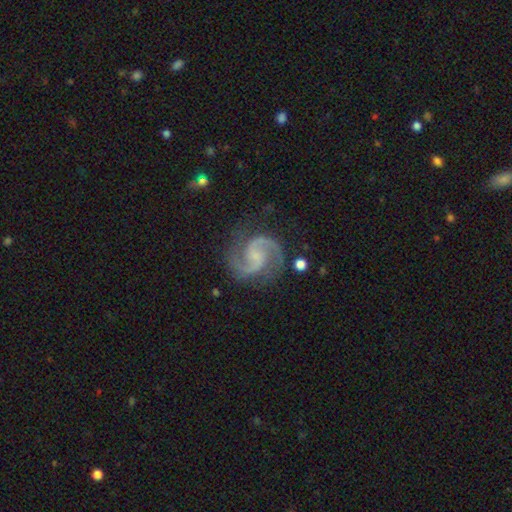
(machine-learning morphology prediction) type=featured or disk (93%); edge-on=no (99%); bar=no (50%); spiral arms=yes (99%); winding=medium (67%); arm count=2 (94%); bulge=small (53%); merging=none (82%).